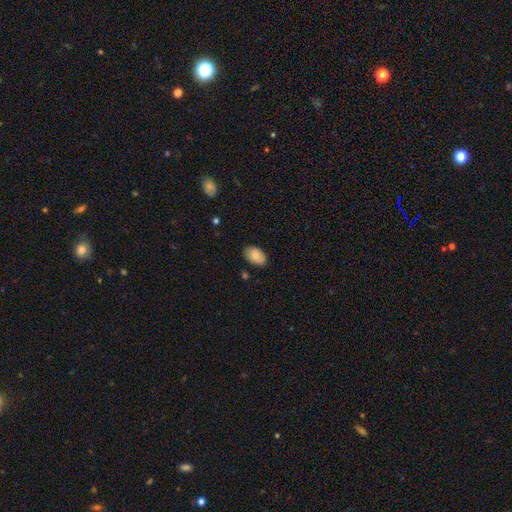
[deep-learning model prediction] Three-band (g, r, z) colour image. It shows a smooth galaxy with no disk features (85%) that is in between round and cigar-shaped (90%). Merging: none (84%).